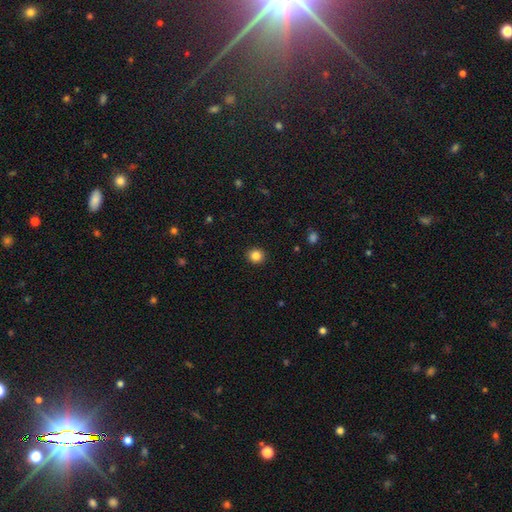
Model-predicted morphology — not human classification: smooth_or_featured: smooth (p=0.85) [alt: star or artifact p=0.11]
how_rounded: round (p=0.89) [alt: in between p=0.10]
merging: none (p=0.92) [alt: minor disturbance p=0.05]